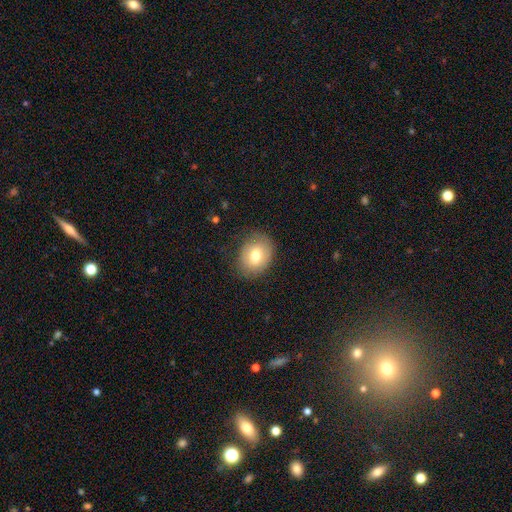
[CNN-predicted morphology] This appears to be a smooth galaxy with no disk features (72%) that is in between round and cigar-shaped (58%). Merging: none (78%).